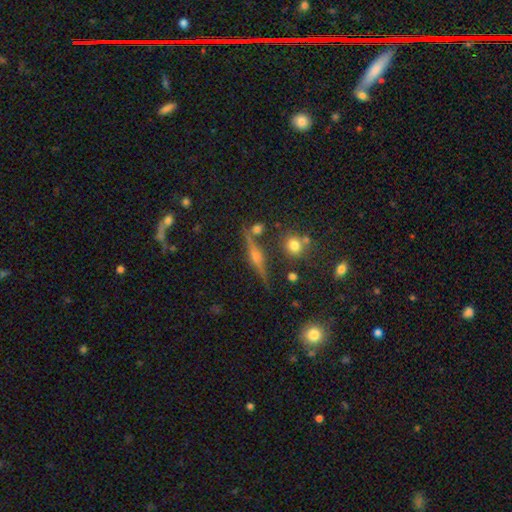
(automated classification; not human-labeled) smooth-or-featured: featured or disk: 75% | smooth: 14% | star or artifact: 11%
  disk-edge-on: yes: 96% | no: 4%
    edge-on-bulge: rounded: 88% | boxy: 7% | none: 5%
  merging: none: 81% | minor disturbance: 10% | merger: 6% | major disturbance: 3%